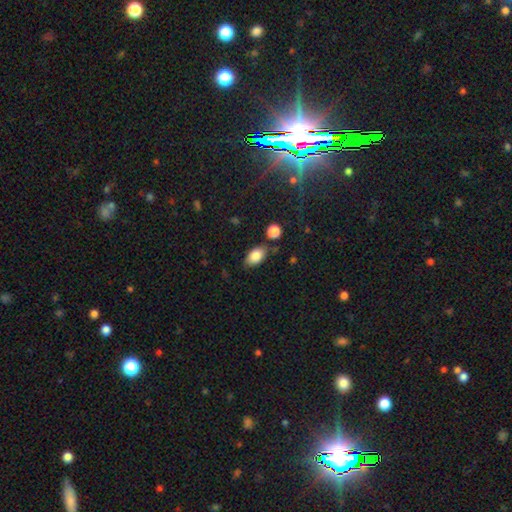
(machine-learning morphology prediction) A smooth galaxy with no disk features (83%) that is in between round and cigar-shaped (91%).

Vote fractions:
- Smooth or featured? smooth: 83% / featured or disk: 9% / star or artifact: 8%
- How rounded? in between: 91% / round: 7% / cigar-shaped: 2%
- Merging? none: 75% / minor disturbance: 16% / merger: 6% / major disturbance: 3%